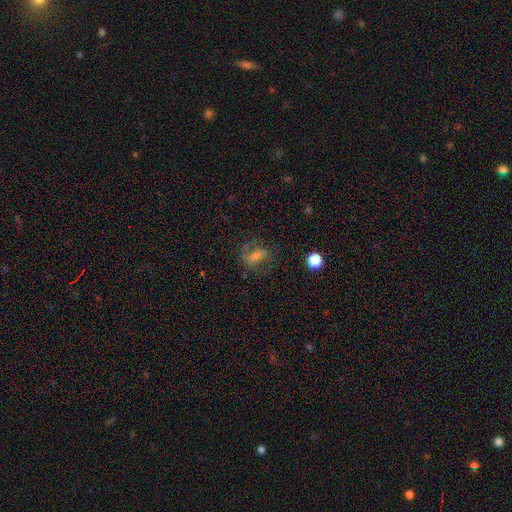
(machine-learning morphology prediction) Smooth or featured? Predicted: smooth (p=0.49). Merging? Predicted: none (p=0.59).